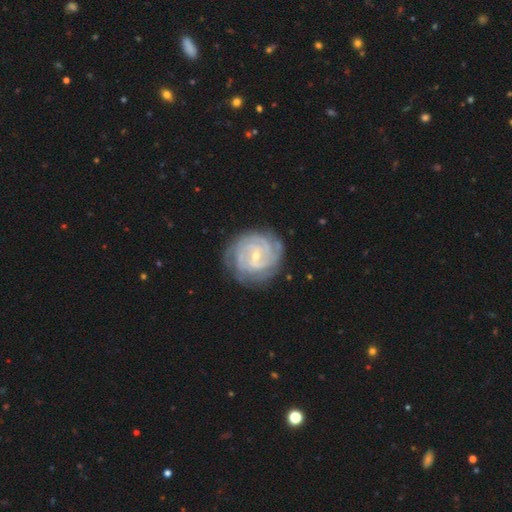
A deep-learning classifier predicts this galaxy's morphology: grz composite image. It shows a featured or disk galaxy (88%) with no bar (51%), tight (79%) spiral arms (97%) and a small central bulge (69%). Merging: none (79%).